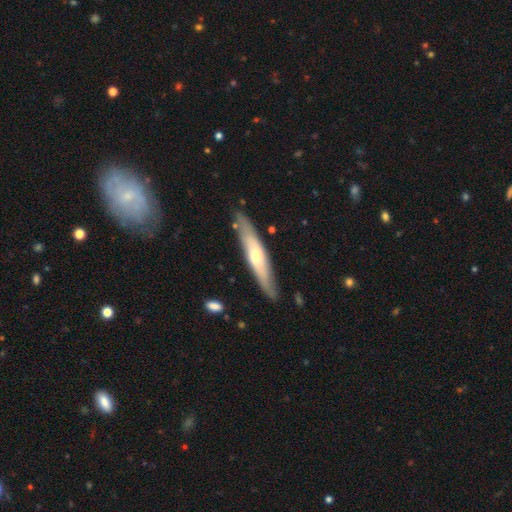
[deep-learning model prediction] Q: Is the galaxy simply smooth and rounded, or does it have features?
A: featured or disk — 50%.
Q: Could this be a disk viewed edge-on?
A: yes — 79%.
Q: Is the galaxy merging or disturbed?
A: none — 83%.